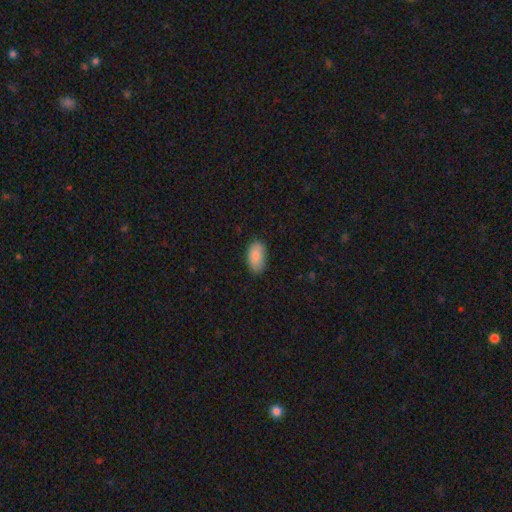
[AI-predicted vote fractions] Smooth or featured: smooth — 87% (featured or disk — 6%)
How rounded: in between — 94% (round — 3%)
Merging: none — 81% (minor disturbance — 16%)